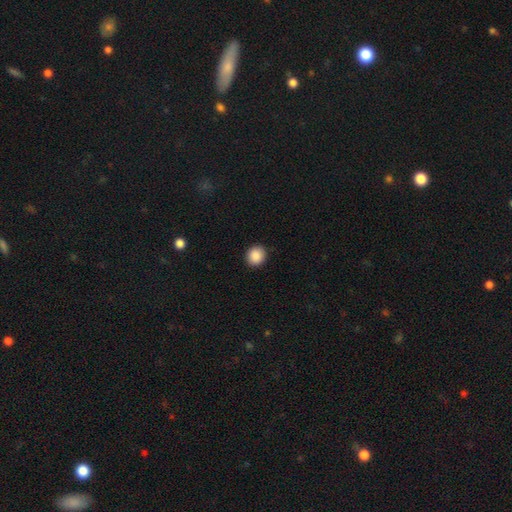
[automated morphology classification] Overall: smooth (89%). How rounded: round (87%). Merging: none (91%).